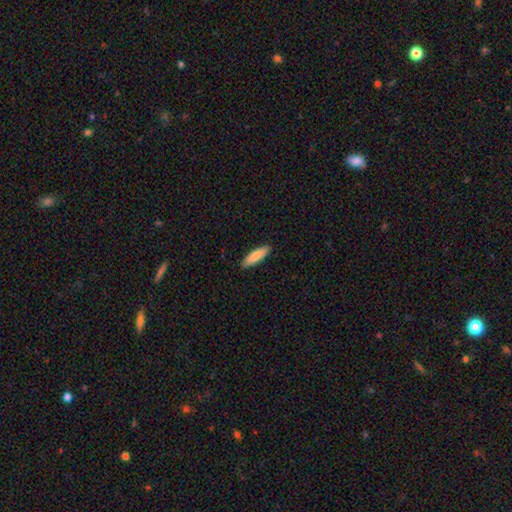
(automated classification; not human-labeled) Smooth or featured: smooth — 85% (featured or disk — 10%)
How rounded: cigar-shaped — 62% (in between — 37%)
Merging: none — 90% (minor disturbance — 8%)